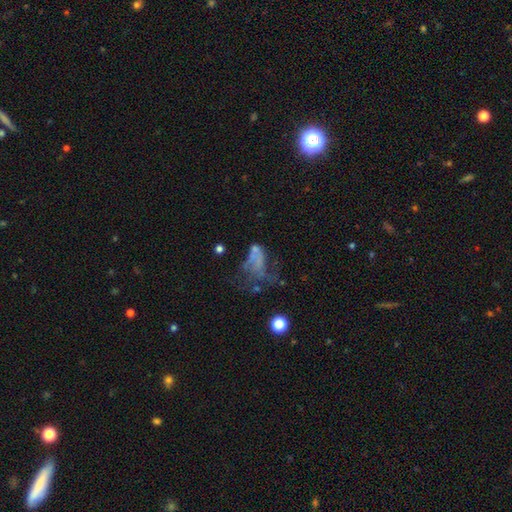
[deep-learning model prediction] A featured or disk galaxy (43%).

Vote fractions:
- Smooth or featured? featured or disk: 43% / smooth: 38% / star or artifact: 19%
- Merging? major disturbance: 51% / merger: 18% / none: 18% / minor disturbance: 13%